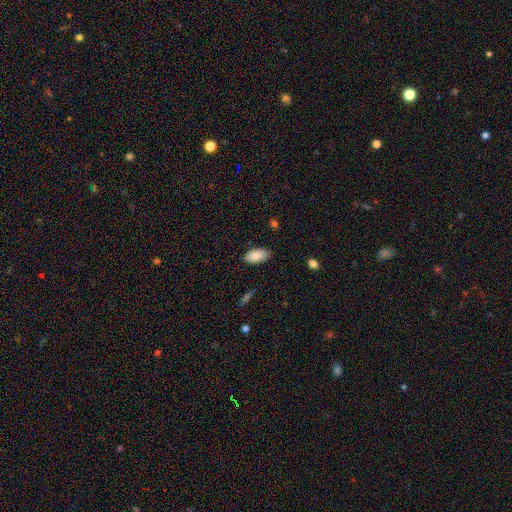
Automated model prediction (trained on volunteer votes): Smooth or featured? Predicted: smooth (p=0.86). How rounded? Predicted: in between (p=0.94). Merging? Predicted: none (p=0.84).